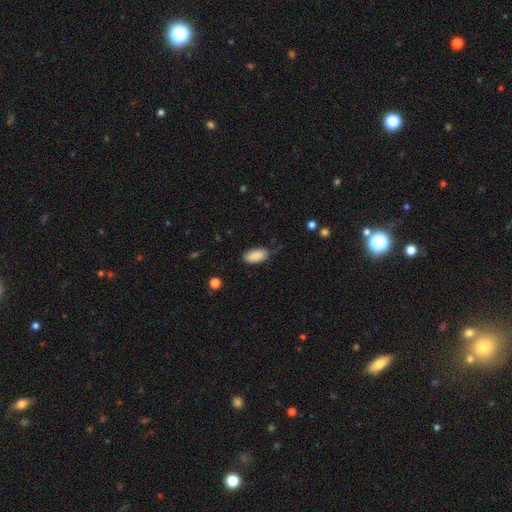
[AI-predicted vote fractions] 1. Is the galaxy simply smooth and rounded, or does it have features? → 89% smooth, 7% star or artifact, 4% featured or disk.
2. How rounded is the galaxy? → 94% in between, 4% cigar-shaped, 2% round.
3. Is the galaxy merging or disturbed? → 71% none, 23% minor disturbance, 4% major disturbance, 2% merger.